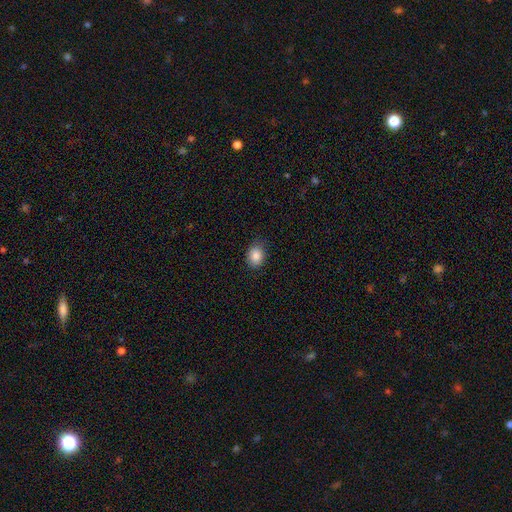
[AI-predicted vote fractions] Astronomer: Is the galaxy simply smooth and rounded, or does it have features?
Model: smooth — 86%.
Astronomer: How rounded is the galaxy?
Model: in between — 55% (runner-up: round, 44%).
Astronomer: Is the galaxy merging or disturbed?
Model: none — 83%.